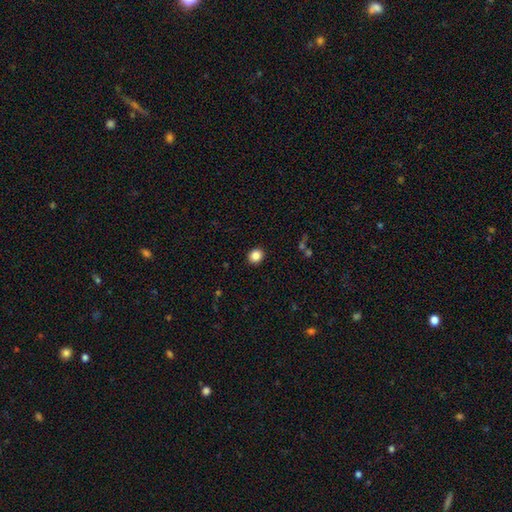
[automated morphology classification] Smooth or featured? Predicted: smooth (p=0.86). How rounded? Predicted: round (p=0.75). Merging? Predicted: none (p=0.91).